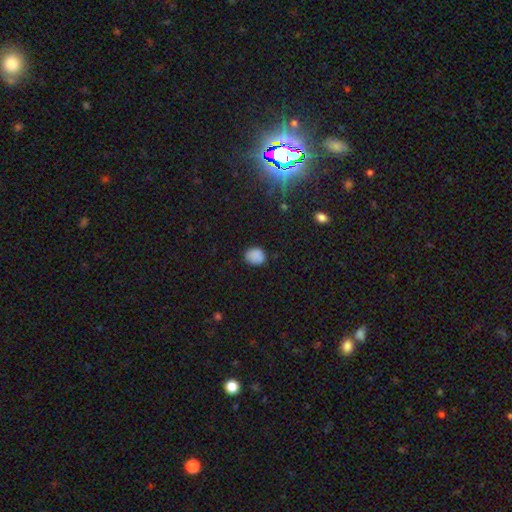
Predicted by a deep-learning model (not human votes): This appears to be a smooth galaxy with no disk features (85%) that is round (60%). Merging: none (82%).